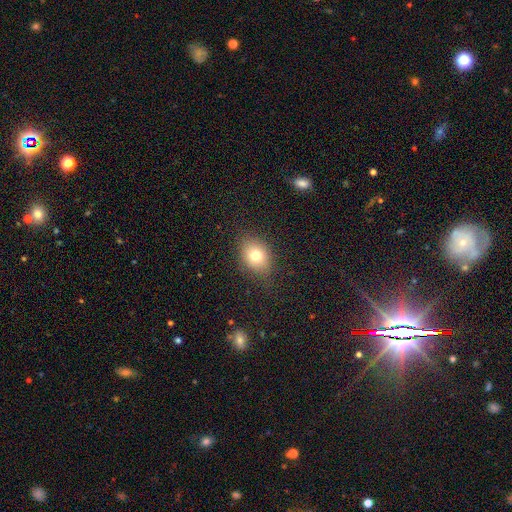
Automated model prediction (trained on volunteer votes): smooth-or-featured: smooth: 76% | featured or disk: 13% | star or artifact: 12%
  how-rounded: in between: 58% | round: 41% | cigar-shaped: 1%
  merging: none: 79% | minor disturbance: 16% | major disturbance: 5% | merger: 1%